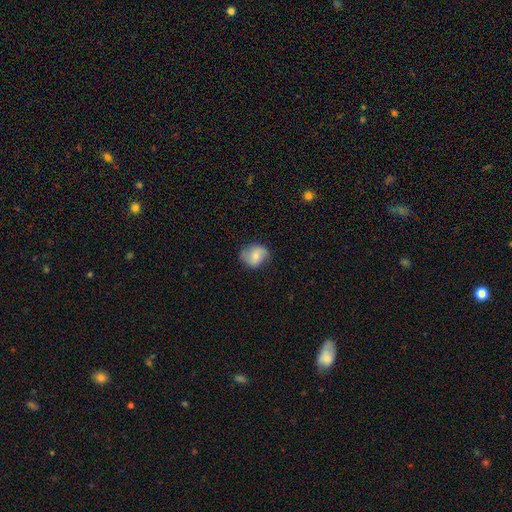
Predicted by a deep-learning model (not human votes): This is possibly a smooth galaxy (53%). How rounded: possibly round (59%). Merging: likely none (71%).